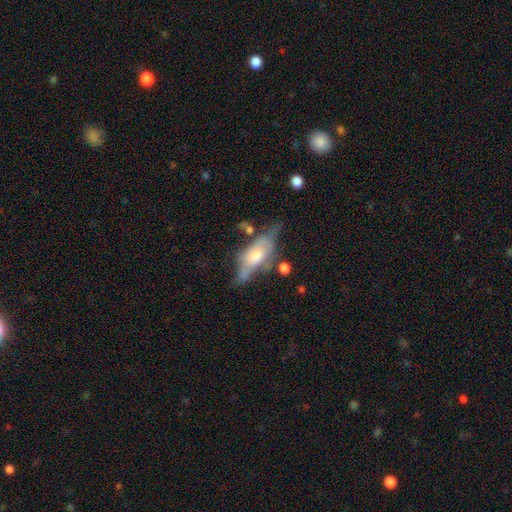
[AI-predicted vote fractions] Q: Smooth or featured?
A: featured or disk (54%); runner-up: smooth (38%)
Q: Edge-on disk?
A: no (54%); runner-up: yes (46%)
Q: Merging?
A: none (39%); runner-up: minor disturbance (30%)